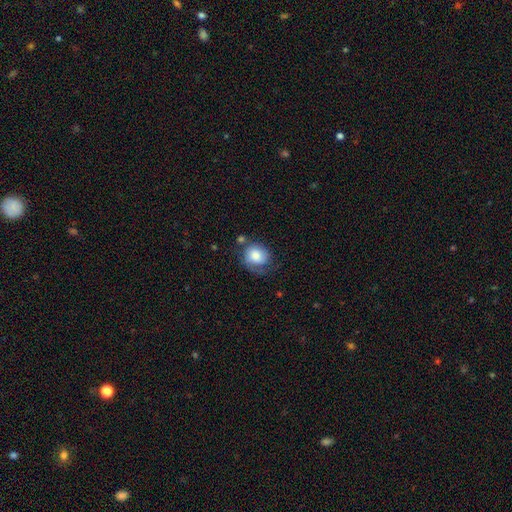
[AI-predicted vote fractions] smooth_or_featured: smooth (p=0.63) [alt: featured or disk p=0.29]
how_rounded: round (p=0.66) [alt: in between p=0.34]
merging: none (p=0.45) [alt: minor disturbance p=0.28]